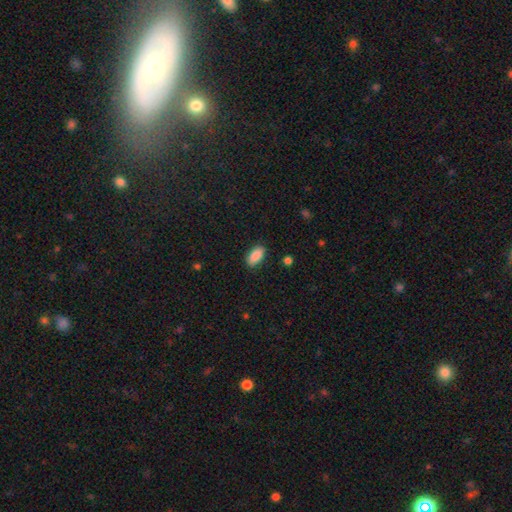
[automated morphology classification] The model was most divided on "merging": none: 87%, minor disturbance: 10%, major disturbance: 2%, merger: 1%. More confident: how rounded — in between (90%); smooth or featured — smooth (89%).